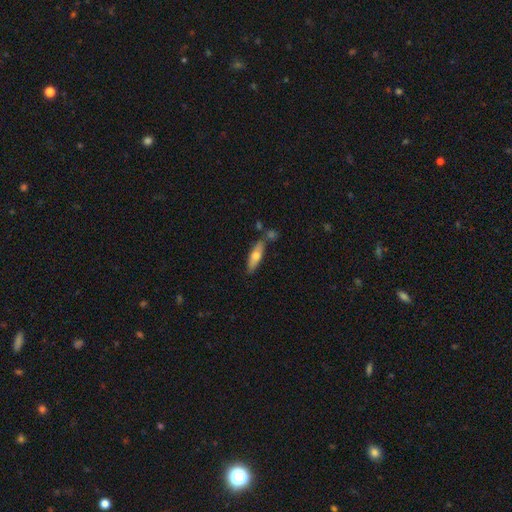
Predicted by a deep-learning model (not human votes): Smooth or featured? smooth (60%)
How rounded? cigar-shaped (58%)
Merging? none (72%)